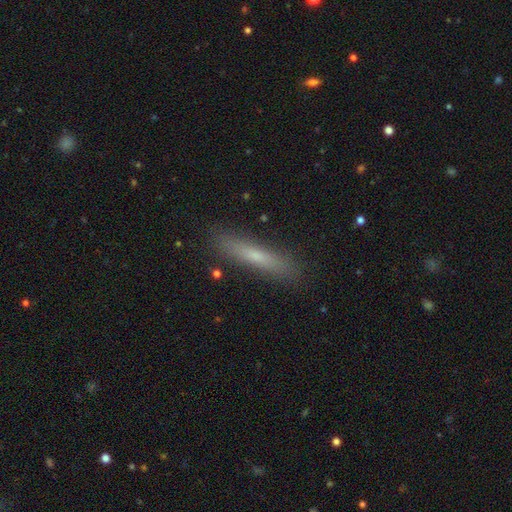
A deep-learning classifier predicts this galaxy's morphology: Overall: smooth (63%; featured or disk 29%). How rounded: cigar-shaped (90%). Merging: none (88%).